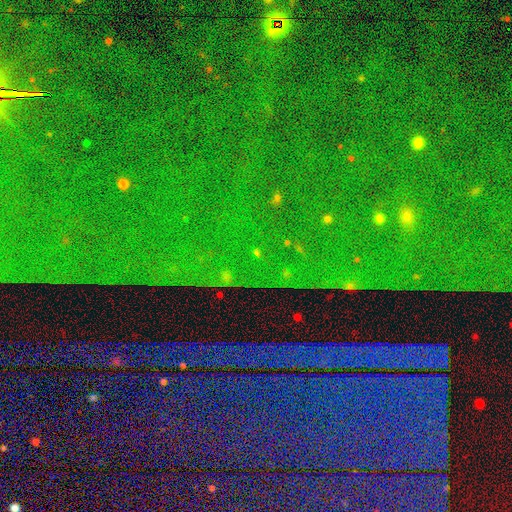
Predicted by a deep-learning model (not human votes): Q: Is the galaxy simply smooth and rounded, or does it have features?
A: star or artifact — 88%.